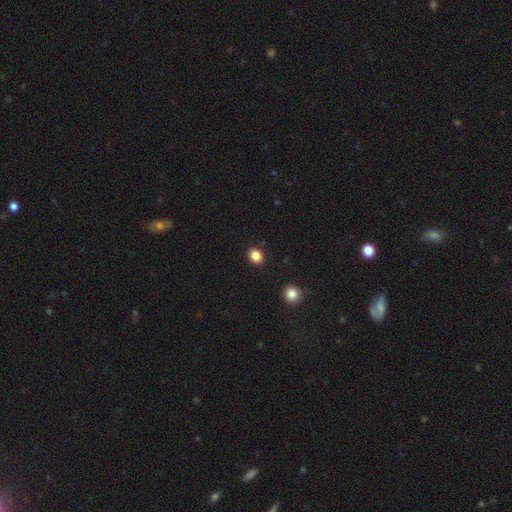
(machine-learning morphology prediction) Smooth or featured: smooth — 86% (star or artifact — 10%)
How rounded: round — 59% (in between — 40%)
Merging: none — 89% (minor disturbance — 7%)